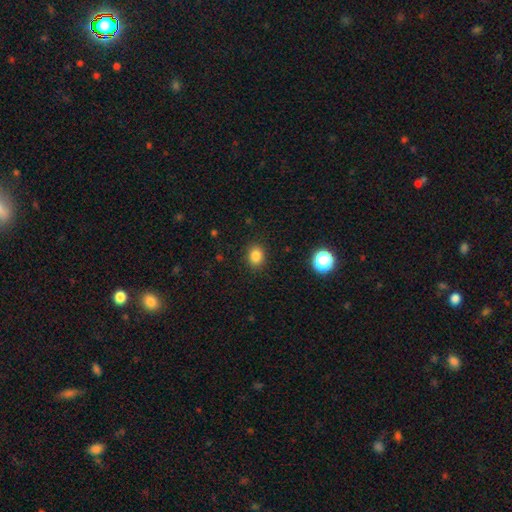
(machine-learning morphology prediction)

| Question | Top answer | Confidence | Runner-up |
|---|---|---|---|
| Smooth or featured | smooth | 84% | star or artifact (12%) |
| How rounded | round | 52% | in between (47%) |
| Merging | none | 88% | minor disturbance (8%) |